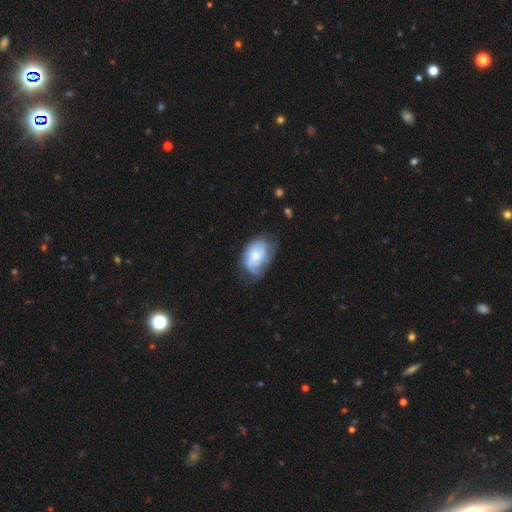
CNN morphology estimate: This is possibly a smooth galaxy (52%). How rounded: clearly in between (86%). Merging: possibly none (47%).